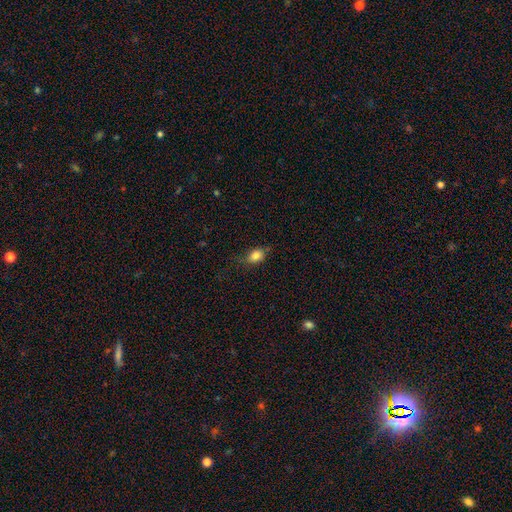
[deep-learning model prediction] This is clearly a smooth galaxy (82%). How rounded: likely in between (71%). Merging: likely none (68%).